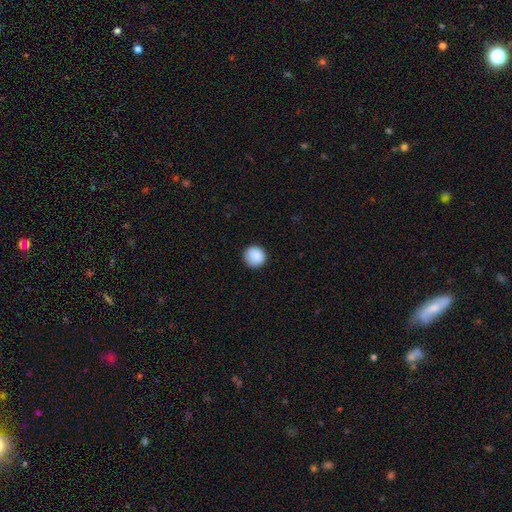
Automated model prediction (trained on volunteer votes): A smooth galaxy with no disk features (88%) that is round (95%). Merging: none (90%).